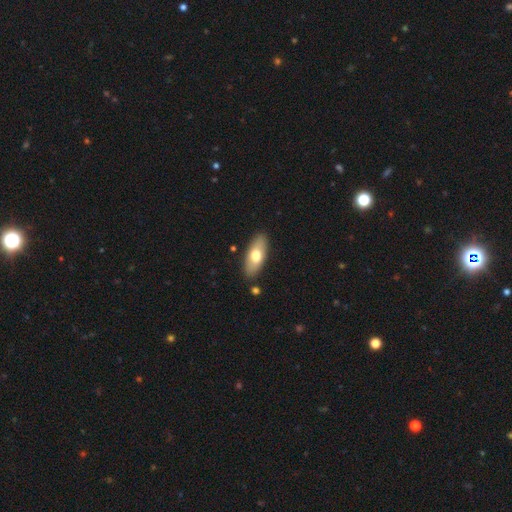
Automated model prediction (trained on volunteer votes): Morphology: type=smooth (68%); roundness=in between (81%); merging=none (85%).